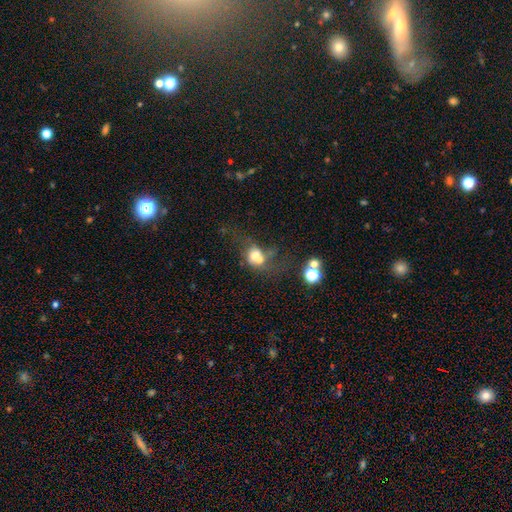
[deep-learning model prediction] smooth_or_featured: smooth (p=0.60) [alt: featured or disk p=0.26]
how_rounded: round (p=0.50) [alt: in between p=0.49]
merging: merger (p=0.44) [alt: major disturbance p=0.22]